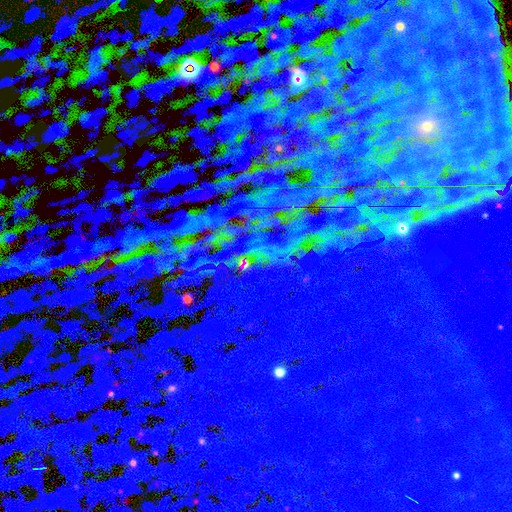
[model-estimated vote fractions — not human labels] This appears to be a star or artifact, not a galaxy (86%).